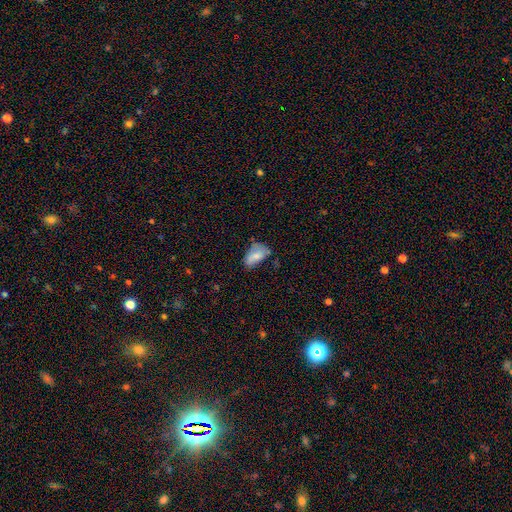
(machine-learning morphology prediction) Smooth or featured? Predicted: smooth (p=0.74). How rounded? Predicted: in between (p=0.92). Merging? Predicted: none (p=0.39).